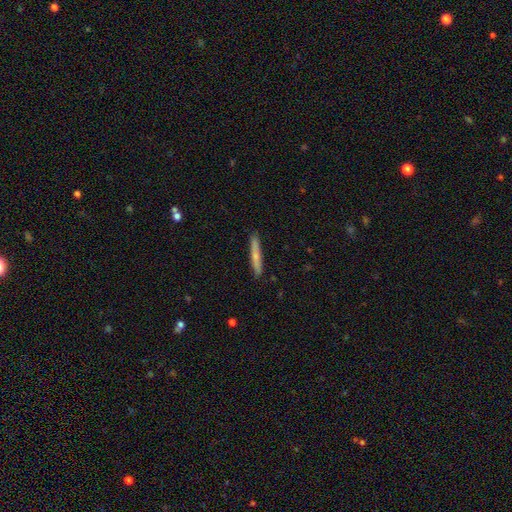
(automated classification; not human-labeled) This appears to be a smooth galaxy with no disk features (58%) that is cigar-shaped (95%). Merging: none (89%).